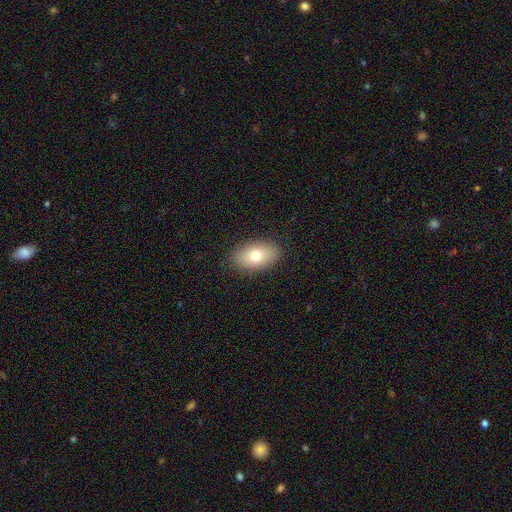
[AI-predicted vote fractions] This is likely a smooth galaxy (78%). How rounded: clearly in between (92%). Merging: clearly none (89%).